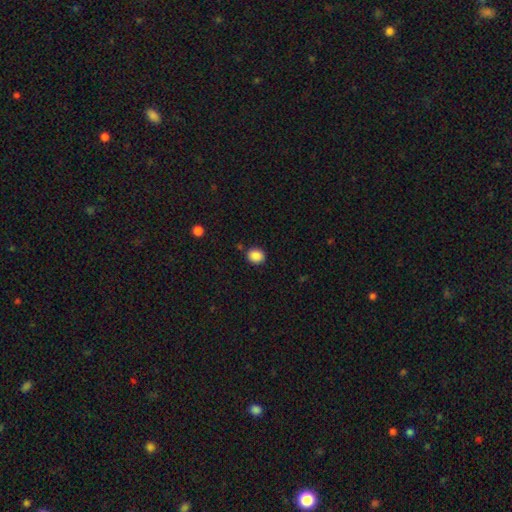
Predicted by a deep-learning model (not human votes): Morphology: type=smooth (88%); roundness=round (69%); merging=none (84%).